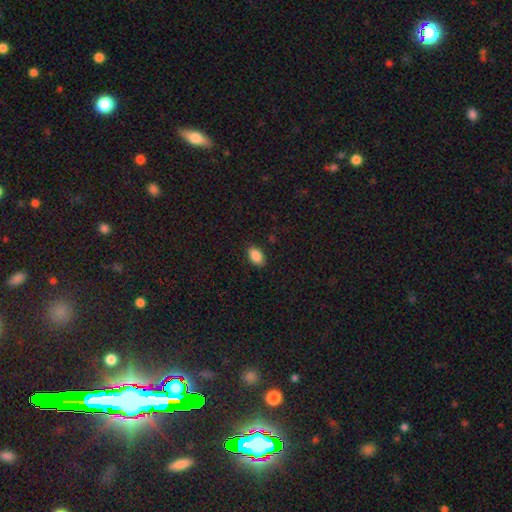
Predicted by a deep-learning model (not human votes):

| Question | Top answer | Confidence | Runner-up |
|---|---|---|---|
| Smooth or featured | smooth | 89% | star or artifact (8%) |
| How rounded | in between | 91% | round (8%) |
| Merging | none | 88% | minor disturbance (9%) |